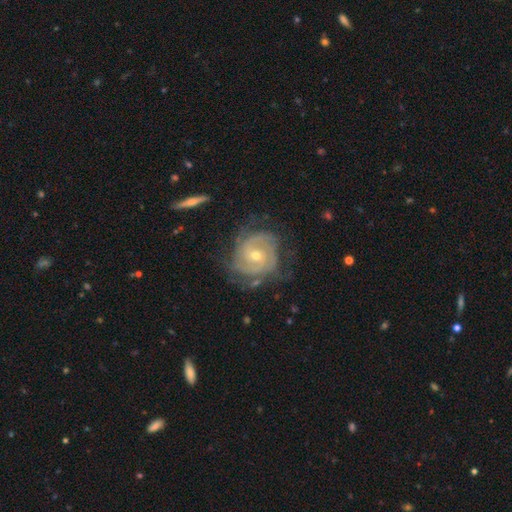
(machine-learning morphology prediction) A featured or disk galaxy (88%) with no bar (60%), 2 (32%) tight (69%) spiral arms (96%) and a small central bulge (50%). Merging: none (69%).